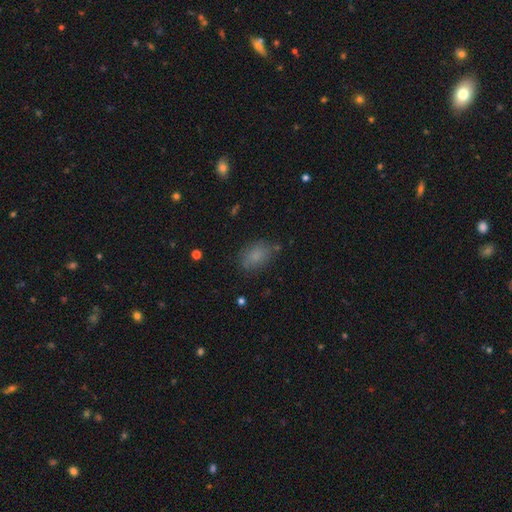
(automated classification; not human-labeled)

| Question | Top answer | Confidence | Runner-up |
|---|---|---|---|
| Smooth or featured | smooth | 81% | star or artifact (11%) |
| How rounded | in between | 81% | round (17%) |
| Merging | none | 75% | minor disturbance (17%) |